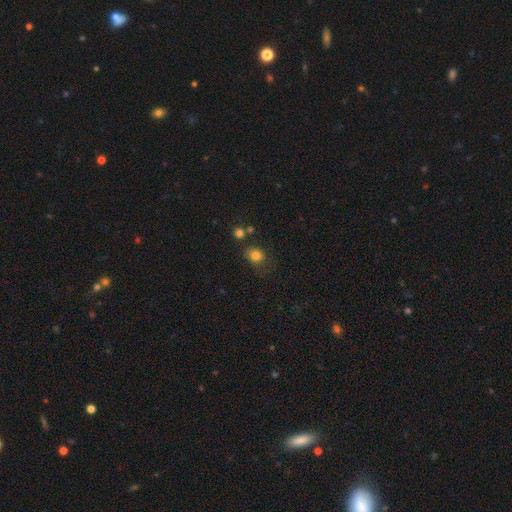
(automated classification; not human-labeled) A smooth galaxy with no disk features (80%) that is round (68%).

Vote fractions:
- Smooth or featured? smooth: 80% / star or artifact: 13% / featured or disk: 7%
- How rounded? round: 68% / in between: 31% / cigar-shaped: 1%
- Merging? none: 66% / minor disturbance: 18% / merger: 9% / major disturbance: 7%